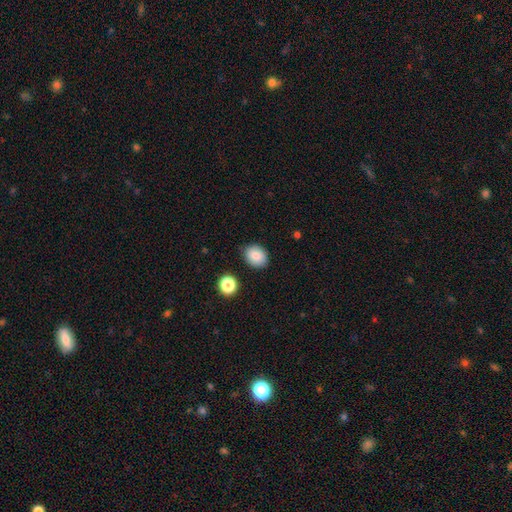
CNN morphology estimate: The model was most divided on "how rounded": in between: 52%, round: 47%, cigar-shaped: 1%. More confident: smooth or featured — smooth (86%); merging — none (85%).